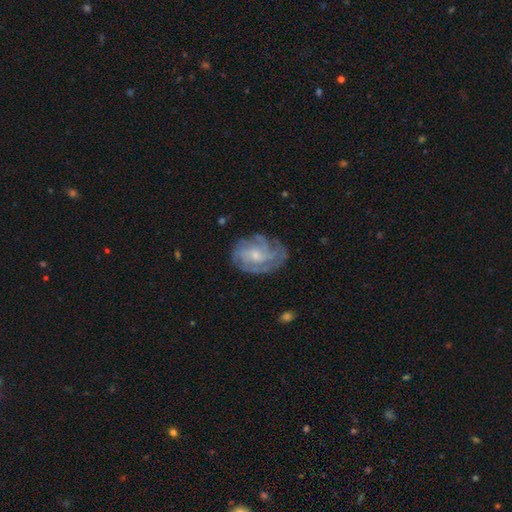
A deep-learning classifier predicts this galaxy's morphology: type=featured or disk (79%); edge-on=no (97%); bar=no (68%); spiral arms=yes (93%); winding=tight (55%); arm count=can't tell (34%); bulge=small (56%); merging=none (71%).